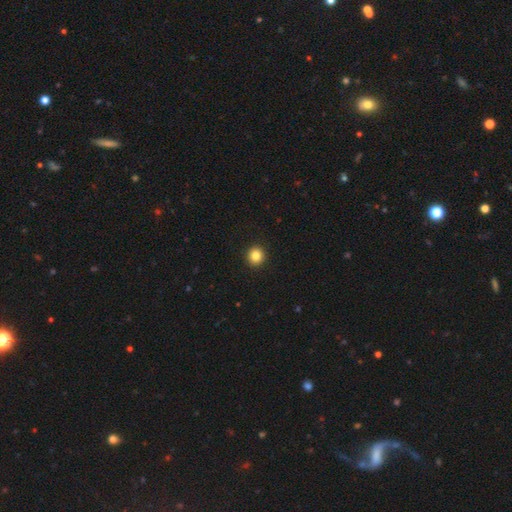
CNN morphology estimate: Q: Smooth or featured?
A: smooth (85%); runner-up: star or artifact (11%)
Q: How rounded?
A: round (92%); runner-up: in between (7%)
Q: Merging?
A: none (93%); runner-up: minor disturbance (4%)